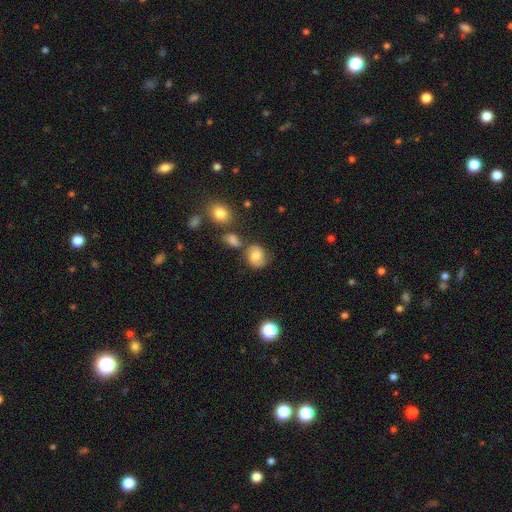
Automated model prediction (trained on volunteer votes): The model was most divided on "how rounded": round: 62%, in between: 37%, cigar-shaped: 1%. More confident: smooth or featured — smooth (69%); merging — none (64%).